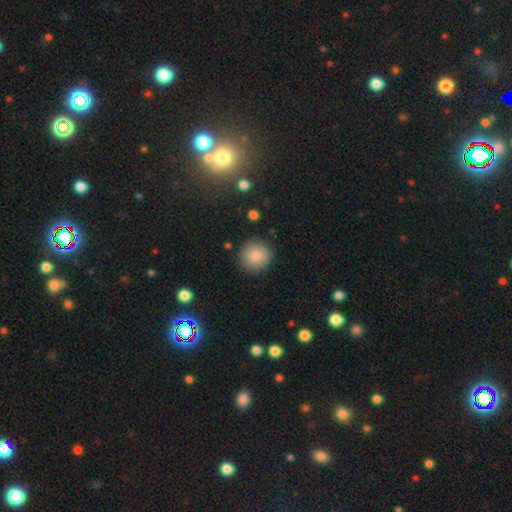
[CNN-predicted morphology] Q: Smooth or featured?
A: smooth (86%); runner-up: star or artifact (8%)
Q: How rounded?
A: round (93%); runner-up: in between (6%)
Q: Merging?
A: none (88%); runner-up: minor disturbance (8%)